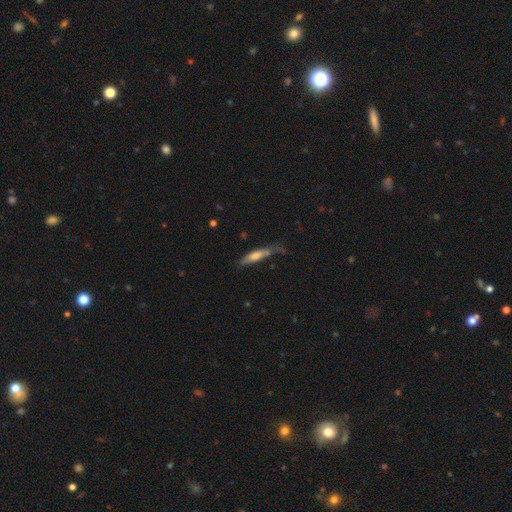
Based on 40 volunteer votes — This is possibly a smooth galaxy (57%). How rounded: likely cigar-shaped (70%). Merging: possibly none (52%).